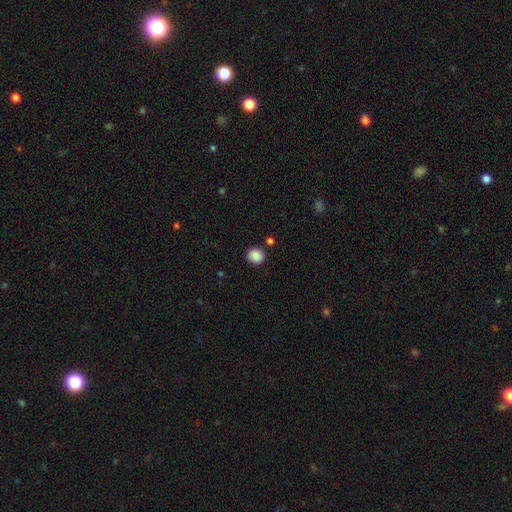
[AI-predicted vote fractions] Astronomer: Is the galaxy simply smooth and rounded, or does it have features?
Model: smooth — 88%.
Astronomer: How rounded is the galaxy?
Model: round — 89%.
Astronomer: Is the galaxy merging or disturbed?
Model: none — 88%.